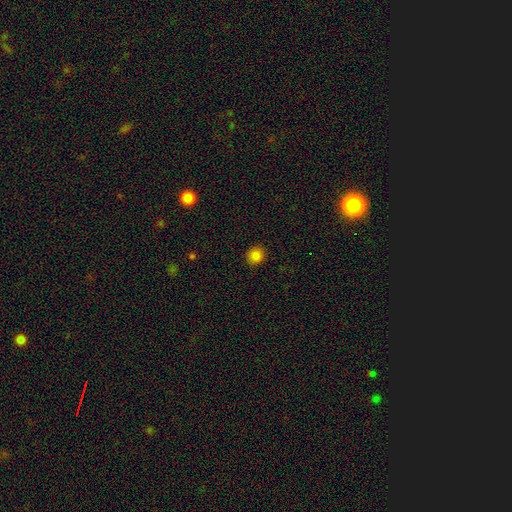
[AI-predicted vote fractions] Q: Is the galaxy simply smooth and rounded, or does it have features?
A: smooth — 82%.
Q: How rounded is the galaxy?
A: round — 85%.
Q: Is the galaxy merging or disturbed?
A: none — 91%.